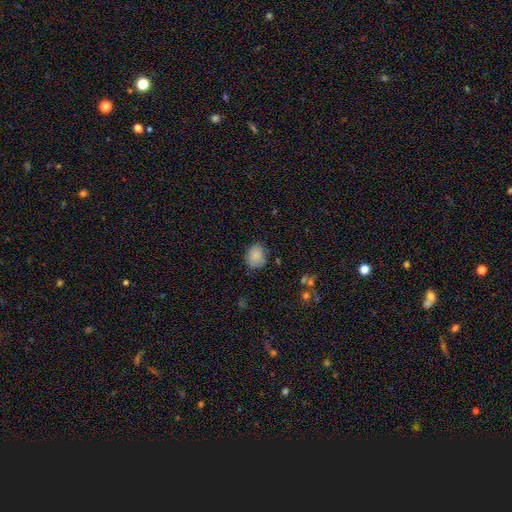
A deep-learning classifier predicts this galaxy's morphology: smooth_or_featured: smooth (p=0.86) [alt: star or artifact p=0.09]
how_rounded: round (p=0.60) [alt: in between p=0.39]
merging: none (p=0.80) [alt: minor disturbance p=0.15]